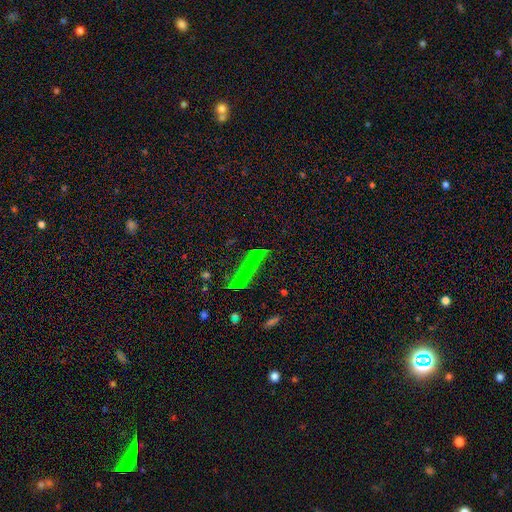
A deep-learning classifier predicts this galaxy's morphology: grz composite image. It shows a featured or disk galaxy (37%). Merging: none (80%).